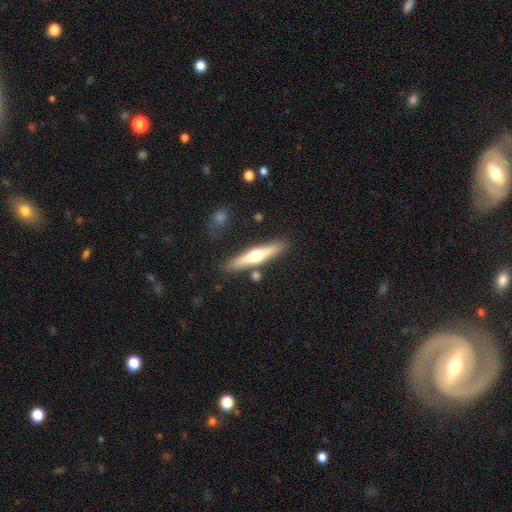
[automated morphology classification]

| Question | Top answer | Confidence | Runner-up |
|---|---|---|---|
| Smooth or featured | featured or disk | 55% | smooth (39%) |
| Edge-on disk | yes | 93% | no (7%) |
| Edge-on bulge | rounded | 93% | none (4%) |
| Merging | none | 84% | minor disturbance (10%) |